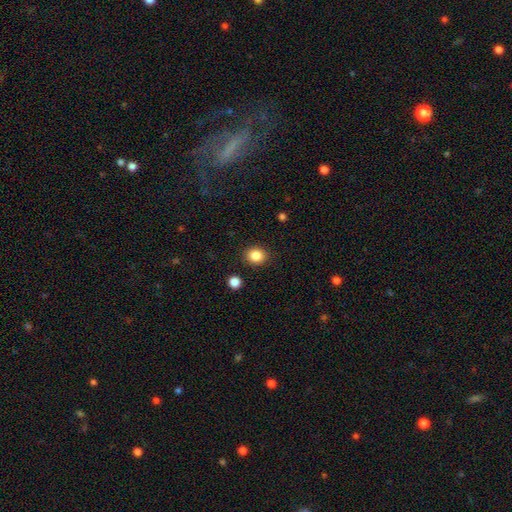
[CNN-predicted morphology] A smooth galaxy with no disk features (86%) that is round (71%).

Vote fractions:
- Smooth or featured? smooth: 86% / star or artifact: 10% / featured or disk: 4%
- How rounded? round: 71% / in between: 28% / cigar-shaped: 1%
- Merging? none: 89% / minor disturbance: 7% / major disturbance: 2% / merger: 2%